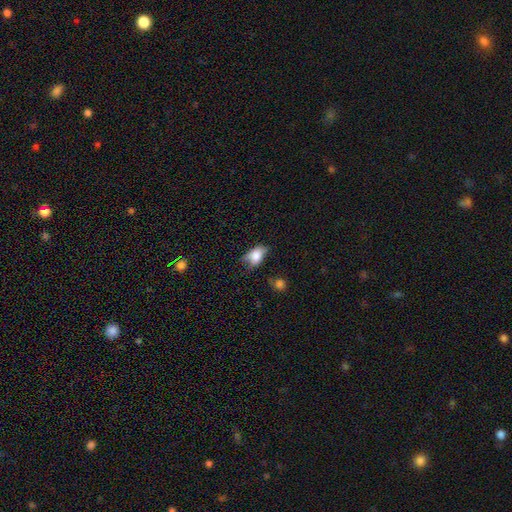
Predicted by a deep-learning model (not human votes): Q: Smooth or featured?
A: smooth (73%); runner-up: featured or disk (17%)
Q: How rounded?
A: in between (84%); runner-up: round (13%)
Q: Merging?
A: none (44%); runner-up: minor disturbance (36%)